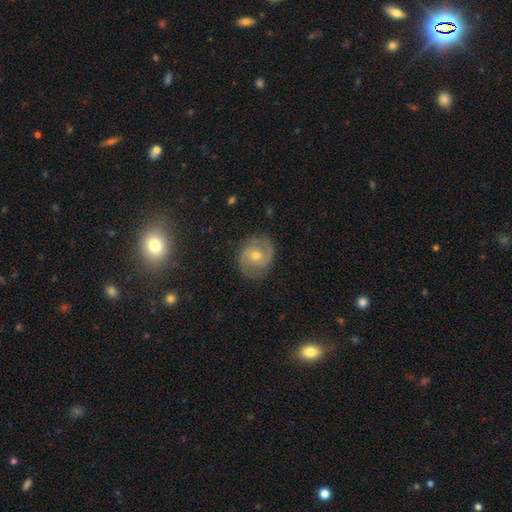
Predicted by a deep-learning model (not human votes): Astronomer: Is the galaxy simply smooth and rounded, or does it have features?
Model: featured or disk — 77%.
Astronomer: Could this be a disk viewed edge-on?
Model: no — 97%.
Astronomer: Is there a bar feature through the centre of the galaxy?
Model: no — 61%.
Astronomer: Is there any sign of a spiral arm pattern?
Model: yes — 93%.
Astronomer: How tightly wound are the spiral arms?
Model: medium — 46% (runner-up: tight, 40%).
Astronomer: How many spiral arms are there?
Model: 2 — 83%.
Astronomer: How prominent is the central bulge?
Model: moderate — 56% (runner-up: small, 40%).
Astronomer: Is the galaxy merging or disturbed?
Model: none — 83%.